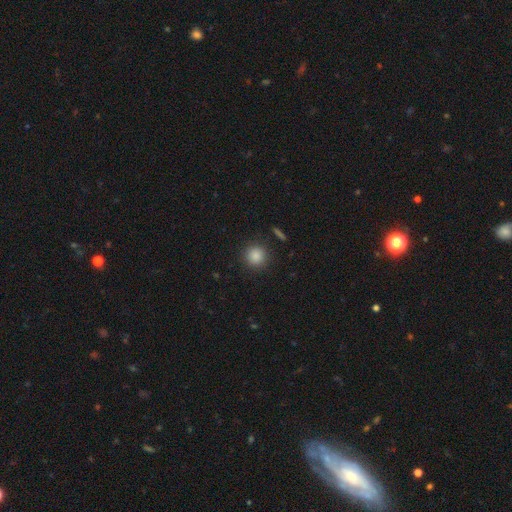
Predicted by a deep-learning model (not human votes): smooth-or-featured: smooth: 86% | star or artifact: 10% | featured or disk: 4%
  how-rounded: round: 93% | in between: 6% | cigar-shaped: 1%
  merging: none: 89% | minor disturbance: 7% | major disturbance: 3% | merger: 2%